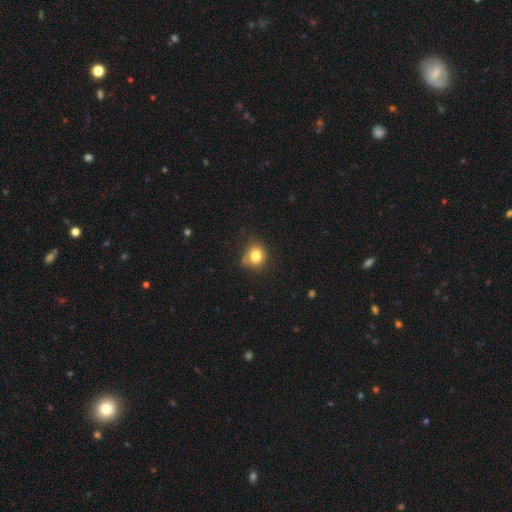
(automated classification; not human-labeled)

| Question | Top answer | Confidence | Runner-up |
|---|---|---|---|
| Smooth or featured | smooth | 80% | star or artifact (12%) |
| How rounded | round | 82% | in between (18%) |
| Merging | none | 65% | minor disturbance (26%) |